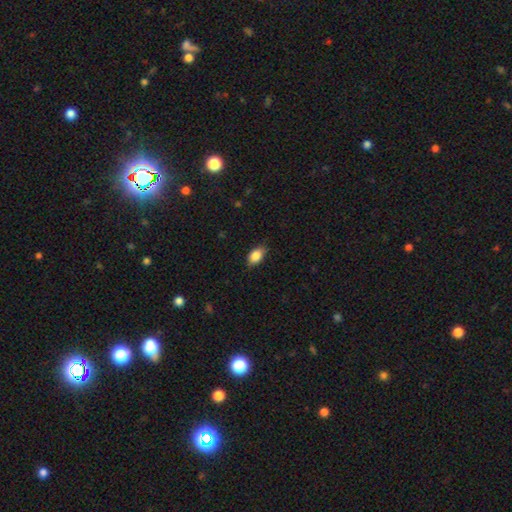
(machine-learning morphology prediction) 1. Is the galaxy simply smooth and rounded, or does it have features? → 86% smooth, 7% star or artifact, 7% featured or disk.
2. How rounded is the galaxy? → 88% in between, 9% round, 3% cigar-shaped.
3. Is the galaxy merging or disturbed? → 75% none, 21% minor disturbance, 3% major disturbance, 1% merger.